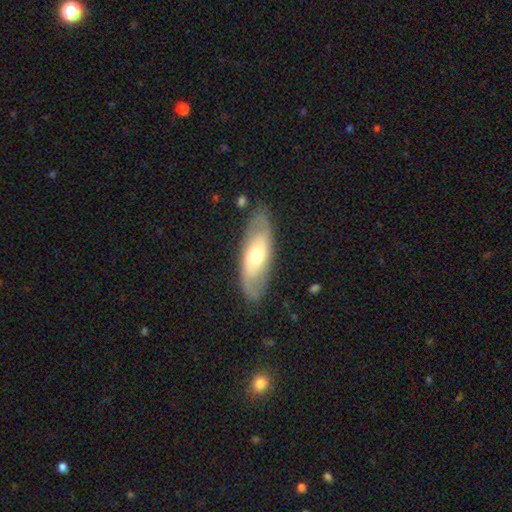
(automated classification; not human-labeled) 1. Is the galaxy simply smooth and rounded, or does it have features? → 51% featured or disk, 43% smooth, 5% star or artifact.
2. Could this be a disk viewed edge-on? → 79% no, 21% yes.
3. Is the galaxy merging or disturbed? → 82% none, 13% minor disturbance, 4% major disturbance, 2% merger.